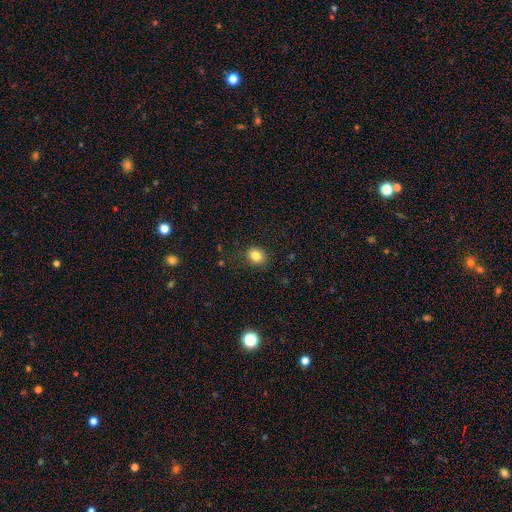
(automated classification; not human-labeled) Morphology: type=smooth (83%); roundness=round (70%); merging=none (87%).